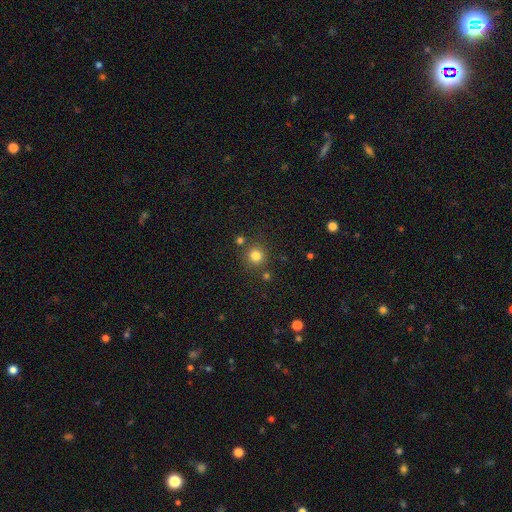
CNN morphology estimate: A smooth galaxy with no disk features (80%) that is round (93%).

Vote fractions:
- Smooth or featured? smooth: 80% / star or artifact: 14% / featured or disk: 6%
- How rounded? round: 93% / in between: 6% / cigar-shaped: 1%
- Merging? none: 81% / merger: 8% / minor disturbance: 8% / major disturbance: 3%